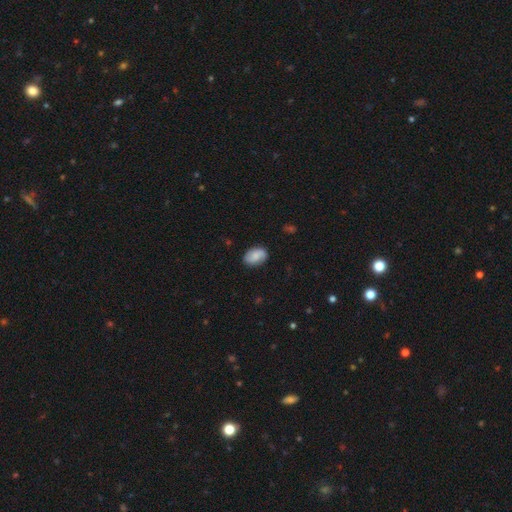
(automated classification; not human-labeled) Smooth or featured? Predicted: smooth (p=0.59). How rounded? Predicted: in between (p=0.84). Merging? Predicted: none (p=0.83).